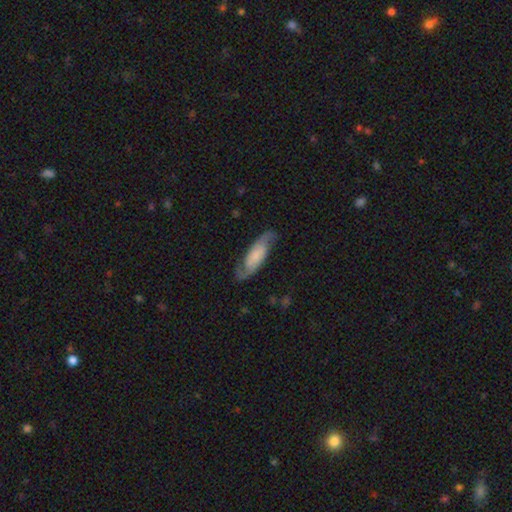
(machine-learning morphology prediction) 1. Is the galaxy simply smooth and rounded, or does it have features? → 72% featured or disk, 22% smooth, 6% star or artifact.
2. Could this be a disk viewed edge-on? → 89% no, 11% yes.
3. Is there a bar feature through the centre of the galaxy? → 58% no, 30% weak, 12% strong.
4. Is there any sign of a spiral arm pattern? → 95% yes, 5% no.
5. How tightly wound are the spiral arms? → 45% medium, 31% loose, 24% tight.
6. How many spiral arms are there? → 90% 2, 5% can't tell, 2% 1, 1% 3, 1% 4, 1% more than 4.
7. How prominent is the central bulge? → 41% small, 27% none, 20% moderate, 9% large, 3% dominant.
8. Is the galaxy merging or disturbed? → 78% none, 15% minor disturbance, 6% major disturbance, 1% merger.